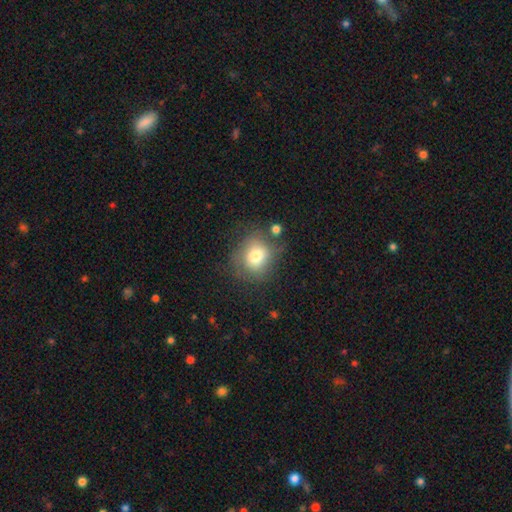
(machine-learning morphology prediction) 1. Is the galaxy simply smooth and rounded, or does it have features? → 74% smooth, 16% featured or disk, 10% star or artifact.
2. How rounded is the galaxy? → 74% round, 25% in between, 1% cigar-shaped.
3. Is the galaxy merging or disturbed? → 64% none, 20% minor disturbance, 10% major disturbance, 6% merger.